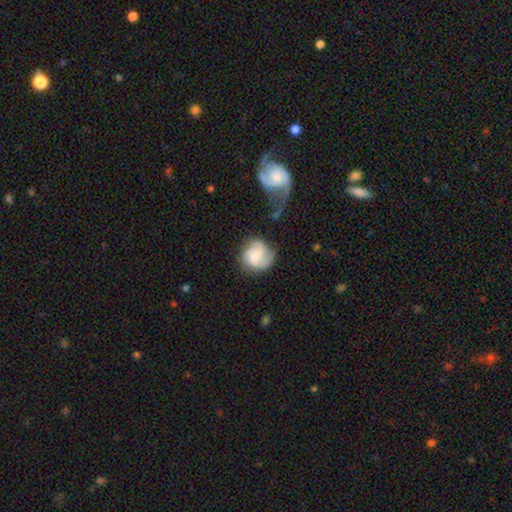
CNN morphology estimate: featured or disk 58%, smooth 34%, star or artifact 8%. Down the decision tree: edge-on disk — no (98%); bar — no (55%); spiral arms — yes (93%); spiral arm count — 2 (40%); spiral winding — medium (46%); bulge size — none (29%); merging — none (62%).